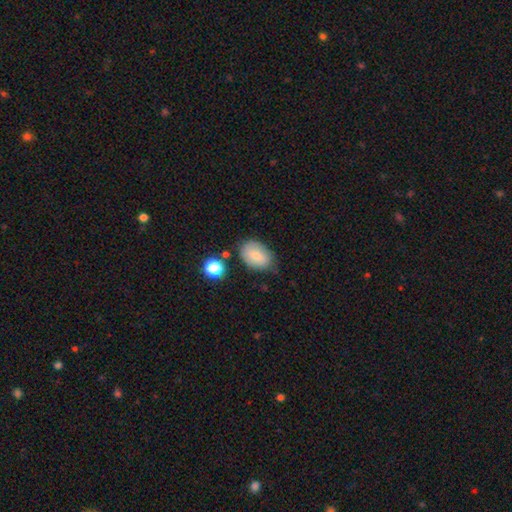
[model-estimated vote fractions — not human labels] smooth 76%, featured or disk 15%, star or artifact 9%. Down the decision tree: how rounded — in between (83%); merging — none (69%).